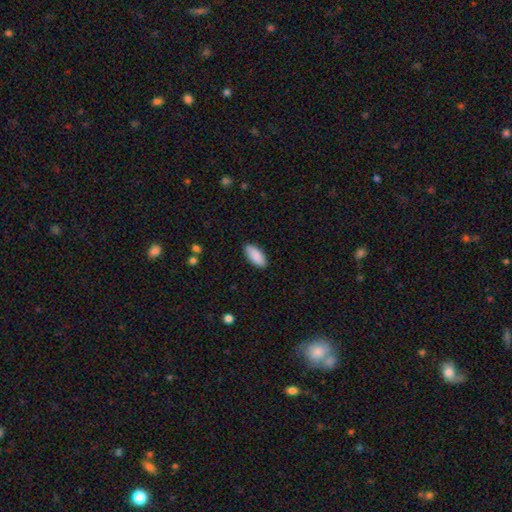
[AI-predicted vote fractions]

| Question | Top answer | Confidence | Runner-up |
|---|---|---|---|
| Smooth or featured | smooth | 90% | star or artifact (6%) |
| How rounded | in between | 88% | cigar-shaped (10%) |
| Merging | none | 88% | minor disturbance (9%) |